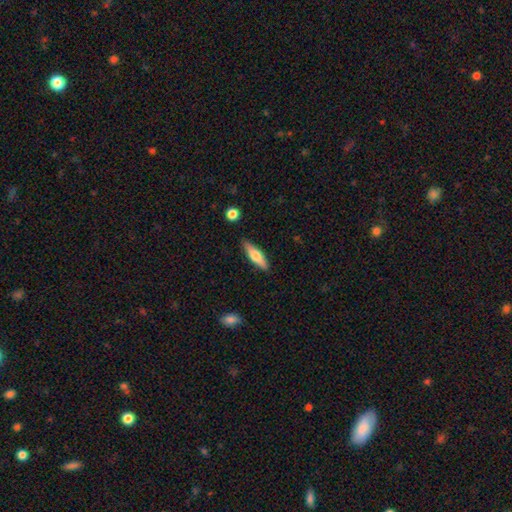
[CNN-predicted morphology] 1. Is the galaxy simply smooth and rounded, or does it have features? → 60% smooth, 34% featured or disk, 6% star or artifact.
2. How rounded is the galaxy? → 63% cigar-shaped, 35% in between, 2% round.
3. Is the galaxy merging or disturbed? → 87% none, 9% minor disturbance, 2% major disturbance, 2% merger.